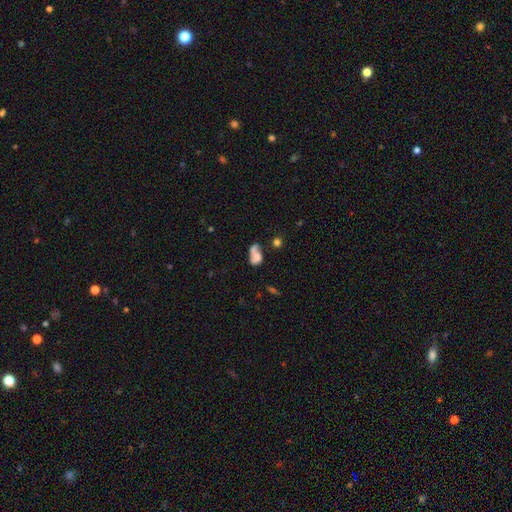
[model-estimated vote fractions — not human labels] smooth_or_featured: smooth (p=0.48) [alt: featured or disk p=0.40]
merging: merger (p=0.36) [alt: none p=0.26]